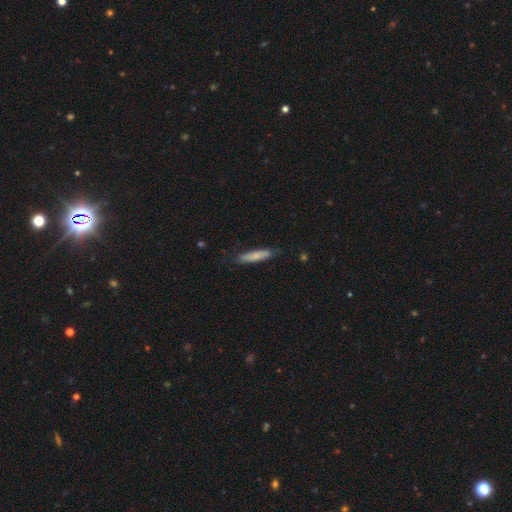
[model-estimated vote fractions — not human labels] Smooth or featured? Predicted: smooth (p=0.74). How rounded? Predicted: cigar-shaped (p=0.84). Merging? Predicted: none (p=0.80).